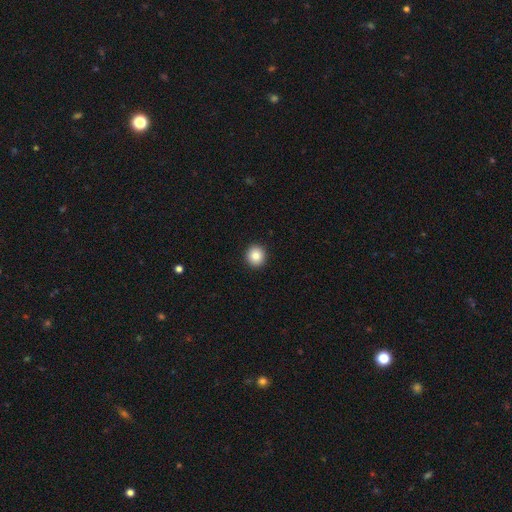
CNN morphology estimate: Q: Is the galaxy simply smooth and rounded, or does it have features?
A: smooth — 85%.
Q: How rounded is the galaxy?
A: round — 91%.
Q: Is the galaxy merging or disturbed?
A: none — 93%.